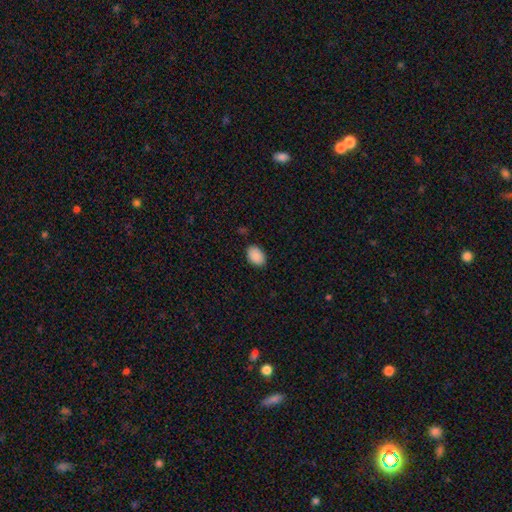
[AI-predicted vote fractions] Smooth or featured?
  - smooth: 90% *
  - star or artifact: 7%
  - featured or disk: 3%
How rounded?
  - in between: 87% *
  - round: 12%
  - cigar-shaped: 1%
Merging?
  - none: 87% *
  - minor disturbance: 10%
  - major disturbance: 2%
  - merger: 1%